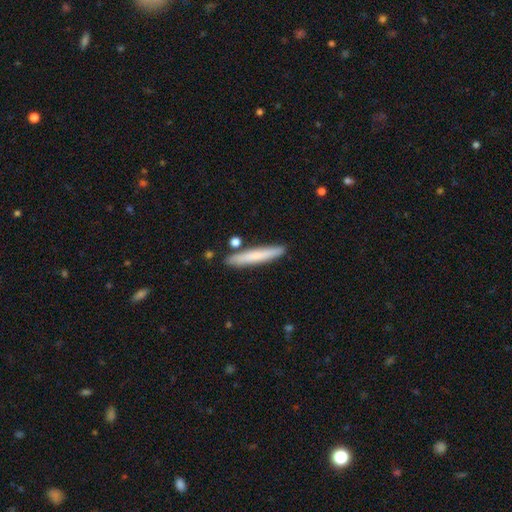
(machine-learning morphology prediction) Smooth or featured?
  - smooth: 72% *
  - featured or disk: 23%
  - star or artifact: 6%
How rounded?
  - cigar-shaped: 94% *
  - in between: 5%
  - round: 1%
Merging?
  - none: 85% *
  - minor disturbance: 9%
  - merger: 4%
  - major disturbance: 2%